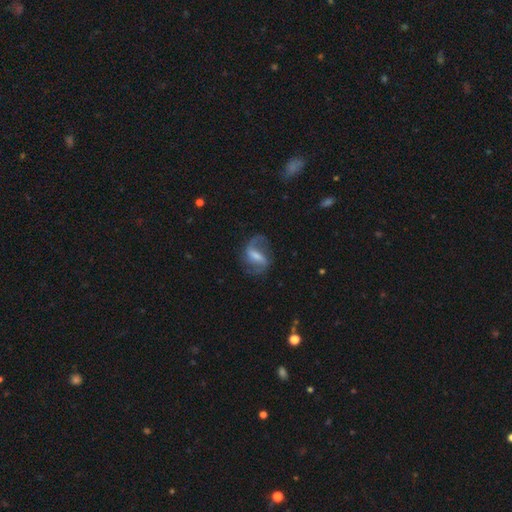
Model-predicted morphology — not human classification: The model was most divided on "bulge size": small: 34%, moderate: 33%, none: 22%, large: 9%, dominant: 2%. Remaining: edge-on disk — no (96%); spiral arms — yes (93%); spiral arm count — 2 (82%); smooth or featured — featured or disk (79%); merging — none (66%); spiral winding — loose (54%); bar — strong (44%).